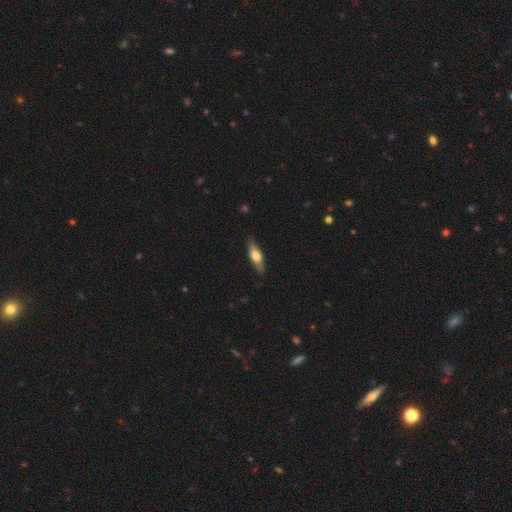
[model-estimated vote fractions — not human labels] smooth-or-featured: smooth: 55% | featured or disk: 40% | star or artifact: 6%
  how-rounded: cigar-shaped: 55% | in between: 42% | round: 3%
  merging: none: 85% | minor disturbance: 12% | major disturbance: 2% | merger: 1%